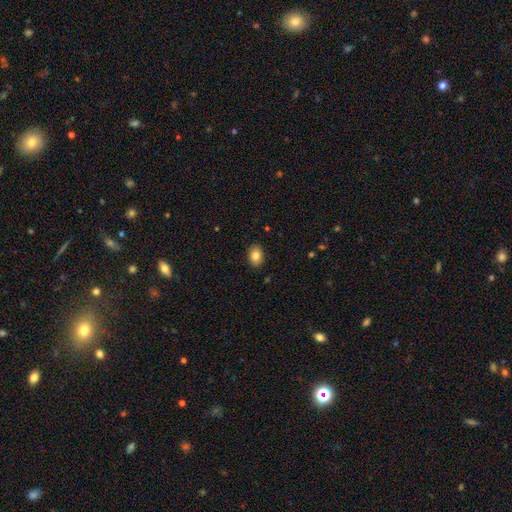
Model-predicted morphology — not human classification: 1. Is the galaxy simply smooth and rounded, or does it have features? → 83% smooth, 9% featured or disk, 8% star or artifact.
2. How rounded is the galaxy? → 80% in between, 19% round, 1% cigar-shaped.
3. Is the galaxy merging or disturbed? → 89% none, 8% minor disturbance, 2% major disturbance, 1% merger.